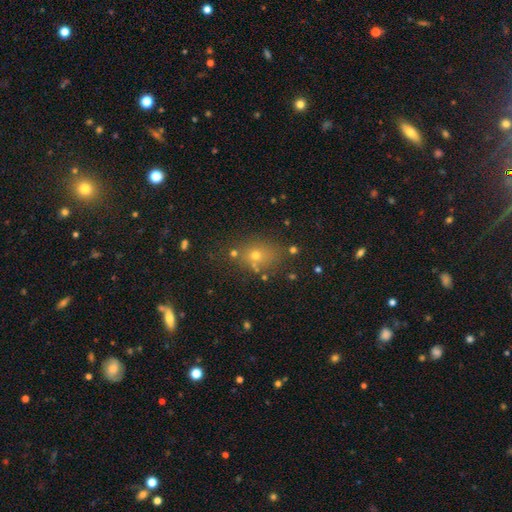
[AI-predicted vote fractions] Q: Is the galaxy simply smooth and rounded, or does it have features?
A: smooth — 60%.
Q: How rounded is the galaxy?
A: round — 50%.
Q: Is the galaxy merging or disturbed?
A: none — 71%.